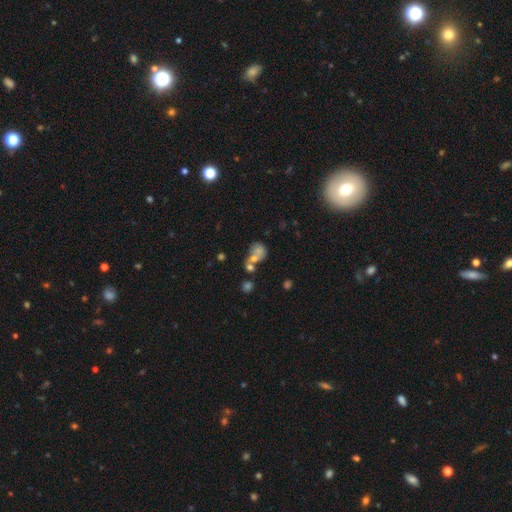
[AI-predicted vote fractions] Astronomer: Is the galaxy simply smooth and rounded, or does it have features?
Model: smooth — 61%.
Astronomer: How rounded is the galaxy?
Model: round — 54% (runner-up: in between, 44%).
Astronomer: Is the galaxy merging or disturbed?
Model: merger — 51%.